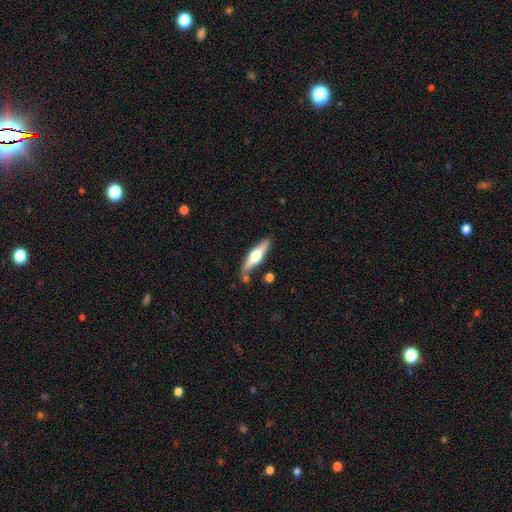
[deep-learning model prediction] smooth-or-featured: featured or disk: 57% | smooth: 38% | star or artifact: 5%
  disk-edge-on: yes: 94% | no: 6%
    edge-on-bulge: rounded: 94% | boxy: 4% | none: 2%
  merging: none: 80% | minor disturbance: 12% | merger: 5% | major disturbance: 3%